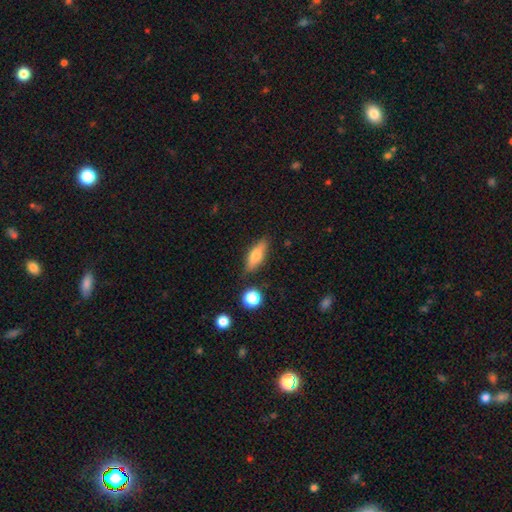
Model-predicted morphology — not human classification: This is likely a smooth galaxy (62%). How rounded: possibly in between (57%). Merging: likely none (80%).